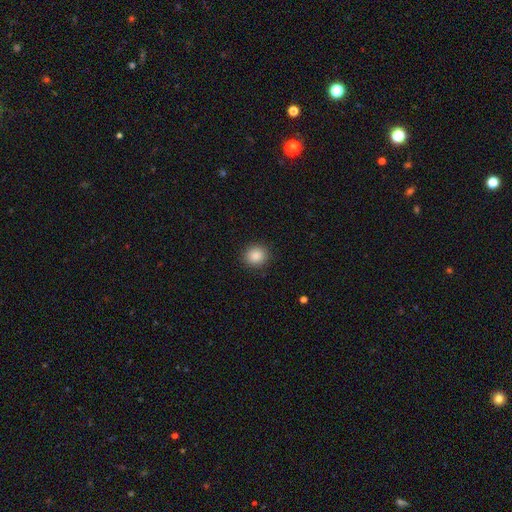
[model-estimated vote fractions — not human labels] This is clearly a smooth galaxy (88%). How rounded: clearly round (86%). Merging: clearly none (91%).